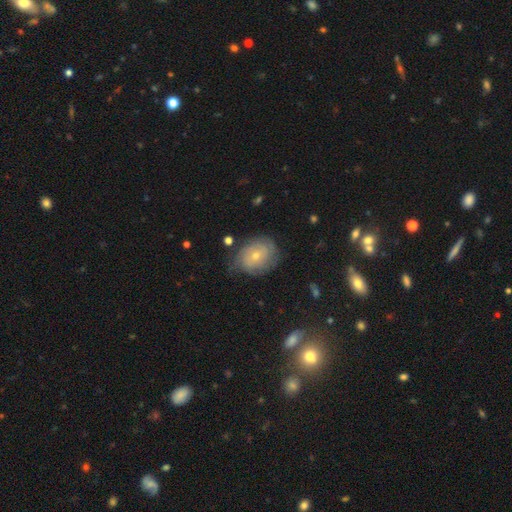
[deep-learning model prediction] Smooth or featured? Predicted: featured or disk (p=0.55). Edge-on disk? Predicted: no (p=0.96). Bar? Predicted: no (p=0.76). Spiral arms? Predicted: yes (p=0.76). Bulge size? Predicted: small (p=0.60). Merging? Predicted: none (p=0.65).